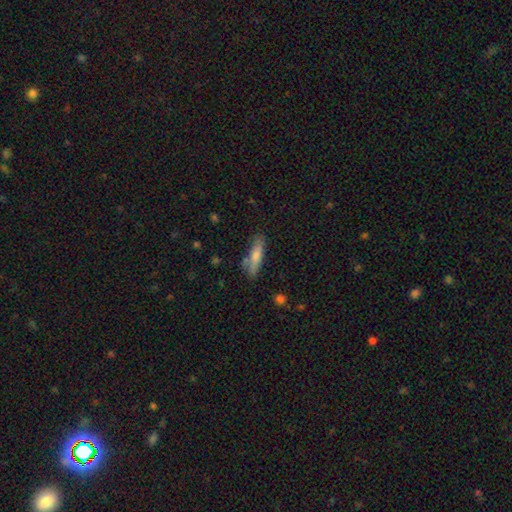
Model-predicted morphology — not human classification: The model was most divided on "smooth or featured": smooth: 68%, featured or disk: 25%, star or artifact: 7%. More confident: merging — none (76%); how rounded — cigar-shaped (76%).